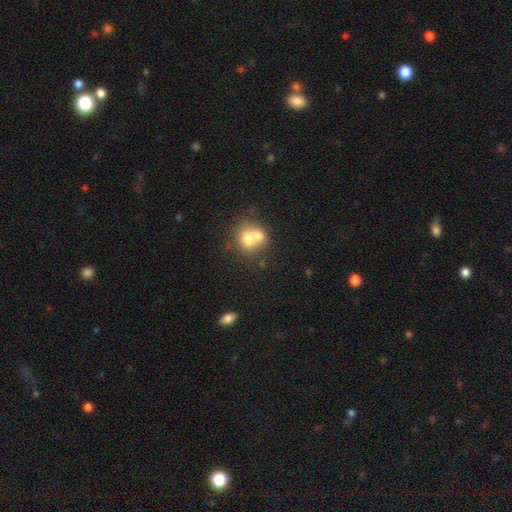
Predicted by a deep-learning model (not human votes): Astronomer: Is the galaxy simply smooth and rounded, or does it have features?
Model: smooth — 61%.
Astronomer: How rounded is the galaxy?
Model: round — 77%.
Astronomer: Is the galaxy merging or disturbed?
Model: merger — 54% (runner-up: none, 35%).